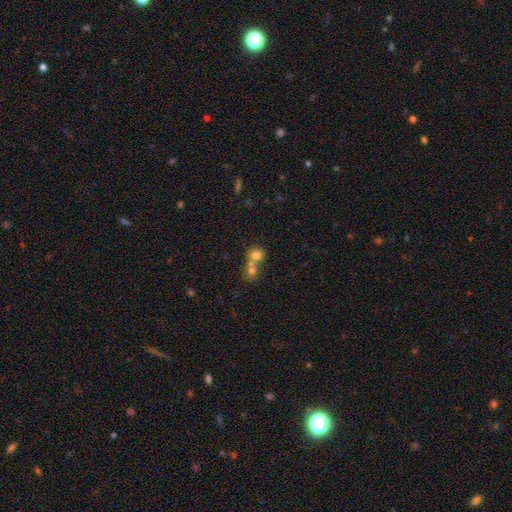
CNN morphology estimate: This appears to be a smooth galaxy with no disk features (74%) that is round (83%). Merging: merger (54%).